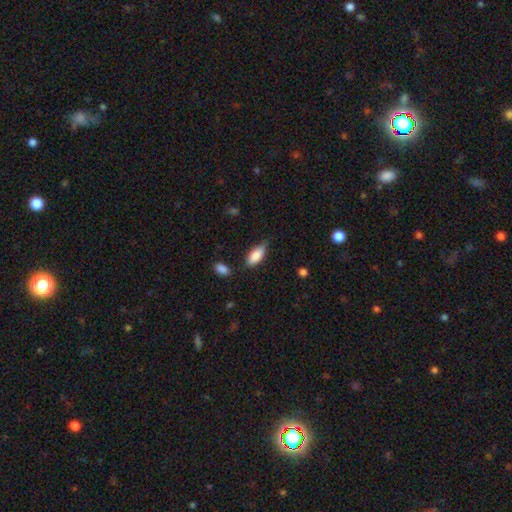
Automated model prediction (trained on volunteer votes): smooth 81%, featured or disk 12%, star or artifact 6%. Down the decision tree: how rounded — in between (81%); merging — none (66%).